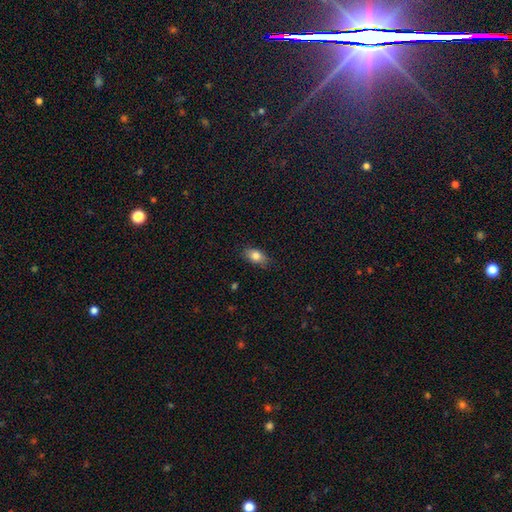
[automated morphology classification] This appears to be a smooth galaxy with no disk features (82%) that is in between round and cigar-shaped (85%). Merging: none (81%).